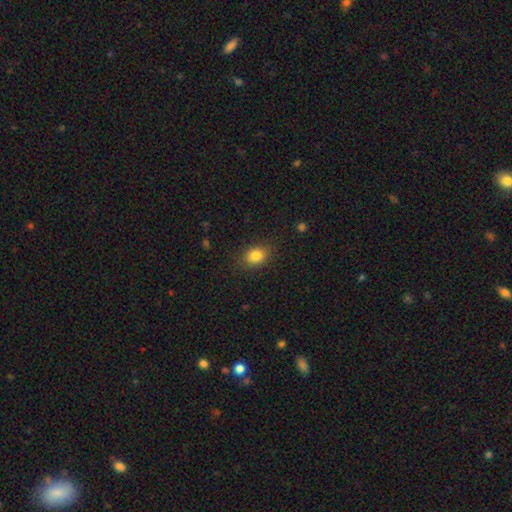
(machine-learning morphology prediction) The model was most divided on "how rounded": in between: 58%, round: 40%, cigar-shaped: 1%. More confident: merging — none (85%); smooth or featured — smooth (83%).